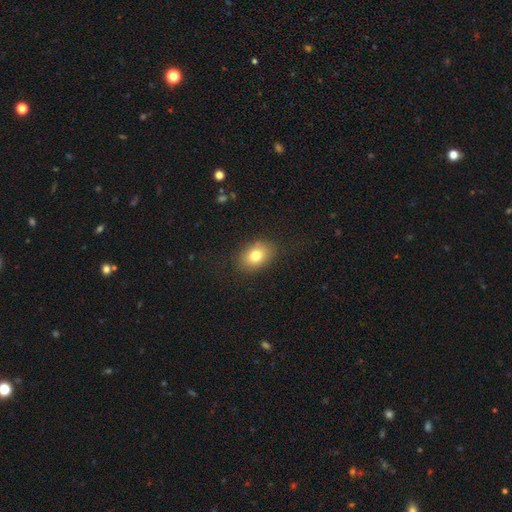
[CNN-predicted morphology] This appears to be a smooth galaxy with no disk features (79%) that is in between round and cigar-shaped (76%). Merging: none (83%).